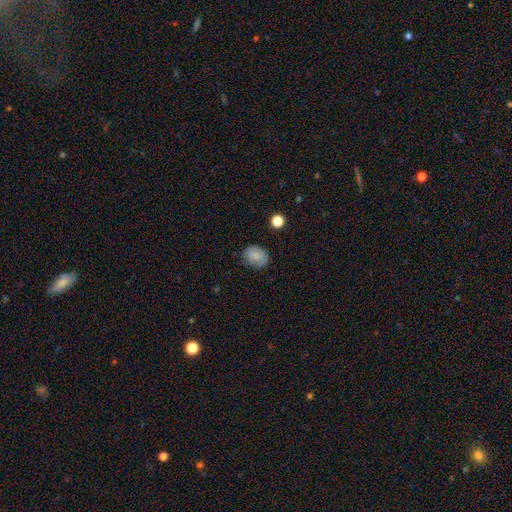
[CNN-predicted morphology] Q: Smooth or featured?
A: smooth (80%); runner-up: featured or disk (11%)
Q: How rounded?
A: in between (62%); runner-up: round (37%)
Q: Merging?
A: none (80%); runner-up: minor disturbance (16%)